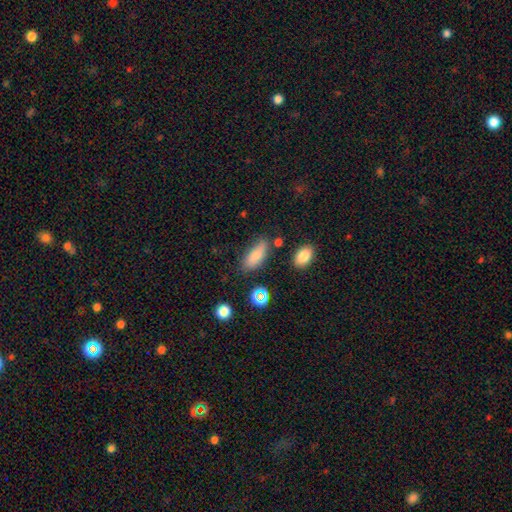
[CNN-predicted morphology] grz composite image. It shows a smooth galaxy with no disk features (78%) that is in between round and cigar-shaped (79%). Merging: none (63%).